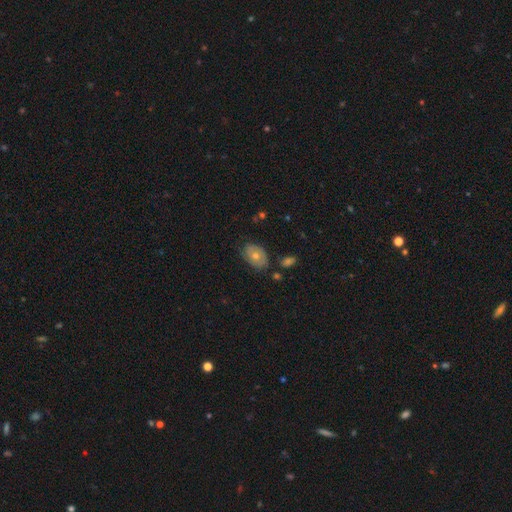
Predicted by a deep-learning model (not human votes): Overall: smooth (56%; featured or disk 36%). How rounded: in between (83%). Merging: none (70%).